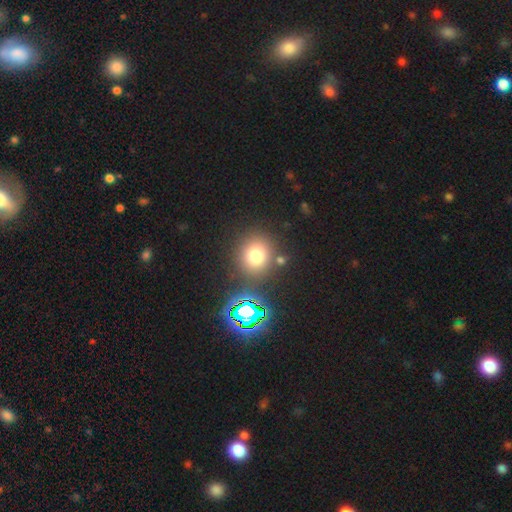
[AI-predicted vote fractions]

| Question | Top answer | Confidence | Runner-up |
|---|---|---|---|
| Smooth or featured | smooth | 71% | star or artifact (21%) |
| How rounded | round | 85% | in between (13%) |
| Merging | none | 82% | minor disturbance (8%) |